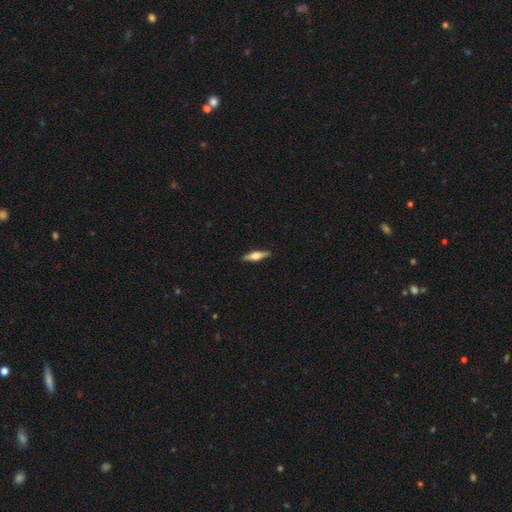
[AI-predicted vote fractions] smooth_or_featured: featured or disk (p=0.62) [alt: smooth p=0.33]
disk_edge_on: yes (p=0.97) [alt: no p=0.03]
edge_on_bulge: rounded (p=0.90) [alt: boxy p=0.08]
merging: none (p=0.91) [alt: minor disturbance p=0.07]